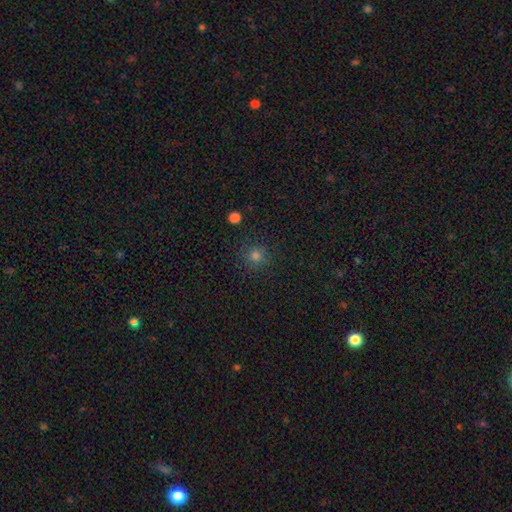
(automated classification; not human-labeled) Overall: smooth (76%). How rounded: round (94%). Merging: none (89%).